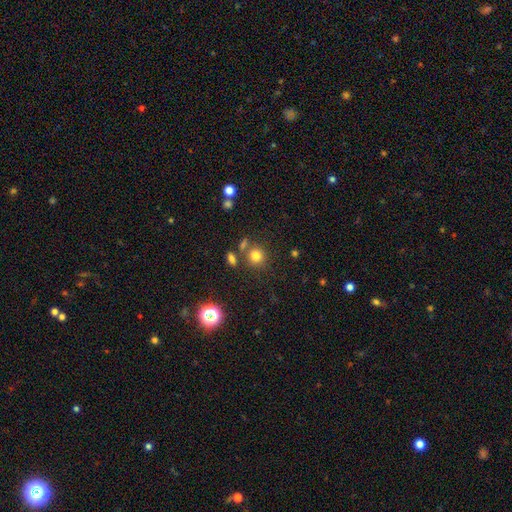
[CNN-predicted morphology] A smooth galaxy with no disk features (78%) that is round (89%).

Vote fractions:
- Smooth or featured? smooth: 78% / star or artifact: 15% / featured or disk: 7%
- How rounded? round: 89% / in between: 10% / cigar-shaped: 1%
- Merging? none: 73% / merger: 12% / minor disturbance: 10% / major disturbance: 4%